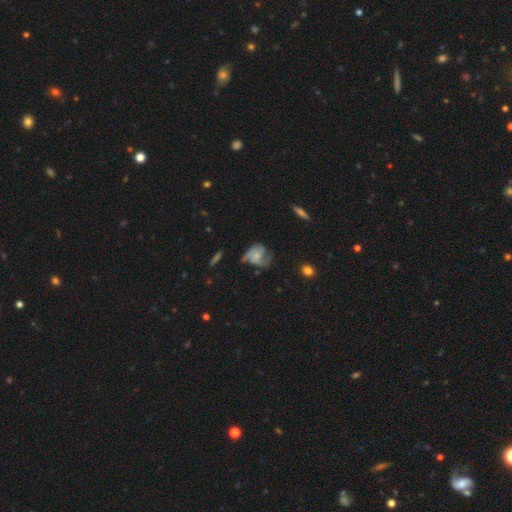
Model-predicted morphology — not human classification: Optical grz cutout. It shows a featured or disk galaxy (71%) with no bar (67%), 2 (59%) medium (46%) spiral arms (90%) and a small central bulge (44%). Merging: none (48%).